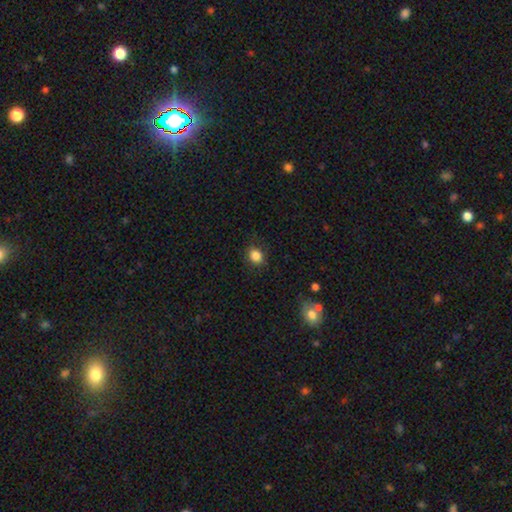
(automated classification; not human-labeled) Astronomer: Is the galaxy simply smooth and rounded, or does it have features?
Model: smooth — 86%.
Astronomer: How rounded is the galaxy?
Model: round — 53% (runner-up: in between, 46%).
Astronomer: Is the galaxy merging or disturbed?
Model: none — 84%.